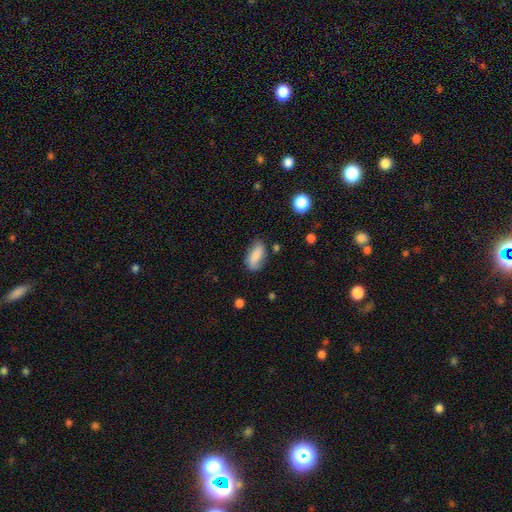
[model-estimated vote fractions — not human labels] Morphology: type=smooth (78%); roundness=in between (84%); merging=none (68%).